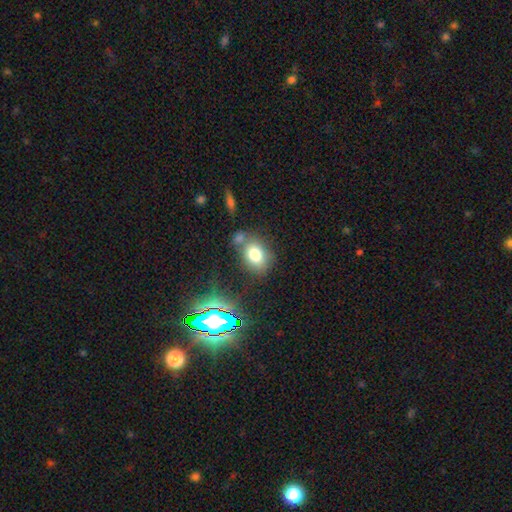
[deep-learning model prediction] smooth-or-featured: smooth: 67% | star or artifact: 21% | featured or disk: 12%
  how-rounded: in between: 68% | round: 30% | cigar-shaped: 2%
  merging: none: 68% | merger: 14% | minor disturbance: 13% | major disturbance: 5%